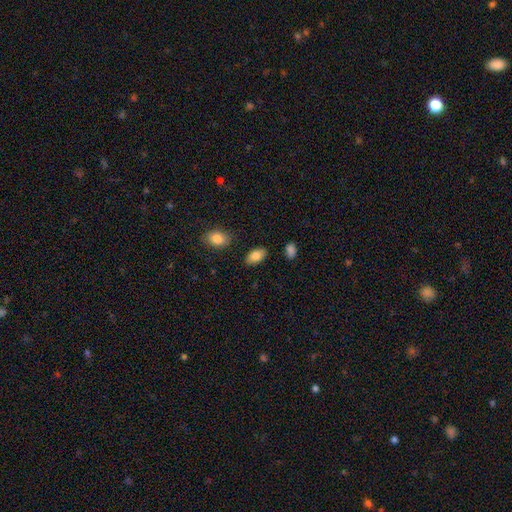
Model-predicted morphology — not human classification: smooth-or-featured: smooth: 84% | featured or disk: 9% | star or artifact: 7%
  how-rounded: in between: 93% | round: 5% | cigar-shaped: 2%
  merging: none: 86% | minor disturbance: 9% | merger: 2% | major disturbance: 2%